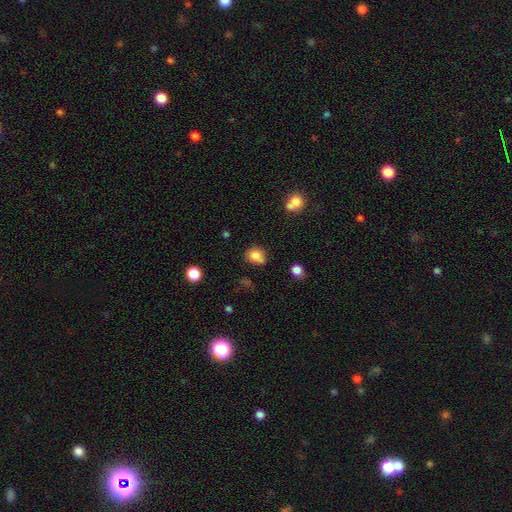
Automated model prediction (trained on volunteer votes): A smooth galaxy with no disk features (80%) that is round (72%).

Vote fractions:
- Smooth or featured? smooth: 80% / star or artifact: 12% / featured or disk: 8%
- How rounded? round: 72% / in between: 27% / cigar-shaped: 1%
- Merging? none: 64% / minor disturbance: 20% / merger: 10% / major disturbance: 5%